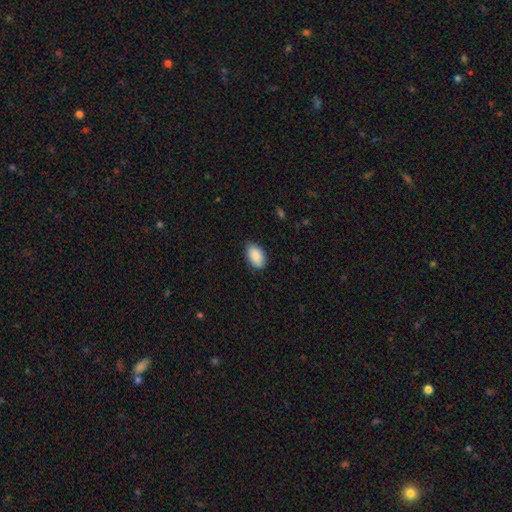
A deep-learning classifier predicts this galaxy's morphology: smooth_or_featured: smooth (p=0.90) [alt: star or artifact p=0.06]
how_rounded: in between (p=0.93) [alt: round p=0.06]
merging: none (p=0.82) [alt: minor disturbance p=0.15]